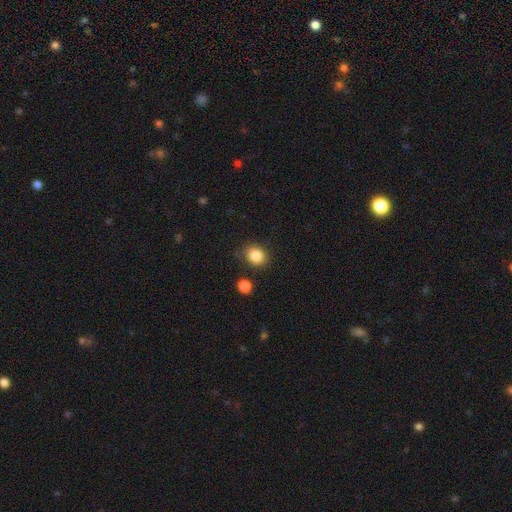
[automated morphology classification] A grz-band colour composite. It shows a smooth galaxy with no disk features (85%) that is round (71%). Merging: none (81%).